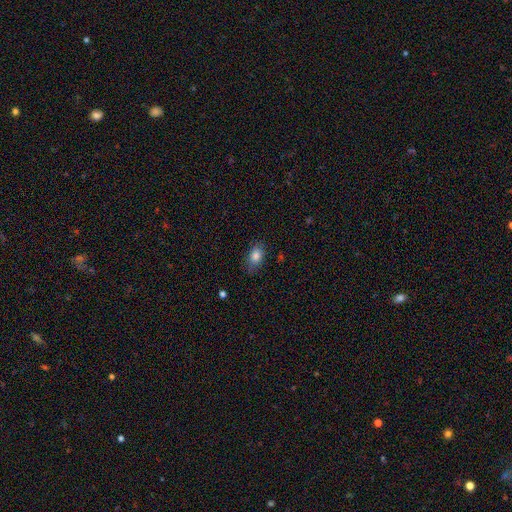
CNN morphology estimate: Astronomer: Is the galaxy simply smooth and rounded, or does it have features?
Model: smooth — 84%.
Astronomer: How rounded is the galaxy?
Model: in between — 83%.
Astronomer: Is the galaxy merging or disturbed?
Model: none — 76%.